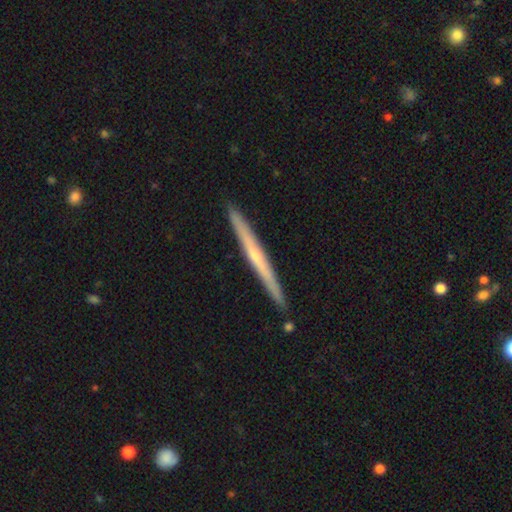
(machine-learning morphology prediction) smooth-or-featured: featured or disk: 64% | smooth: 31% | star or artifact: 6%
  disk-edge-on: yes: 97% | no: 3%
    edge-on-bulge: none: 56% | rounded: 40% | boxy: 4%
  merging: none: 92% | minor disturbance: 6% | merger: 1% | major disturbance: 1%